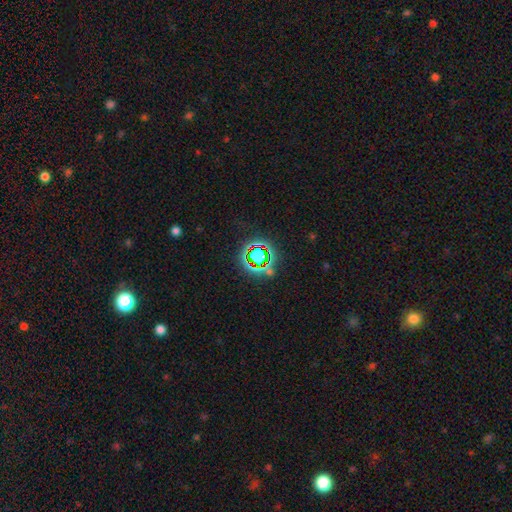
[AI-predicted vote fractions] Smooth or featured? star or artifact (66%)